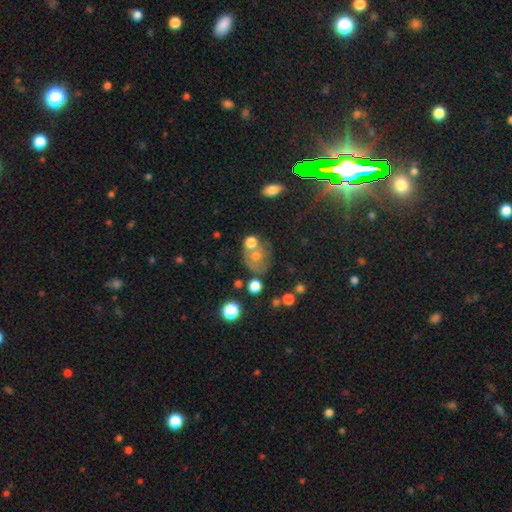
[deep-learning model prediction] This appears to be a smooth galaxy with no disk features (49%). Merging: none (54%).